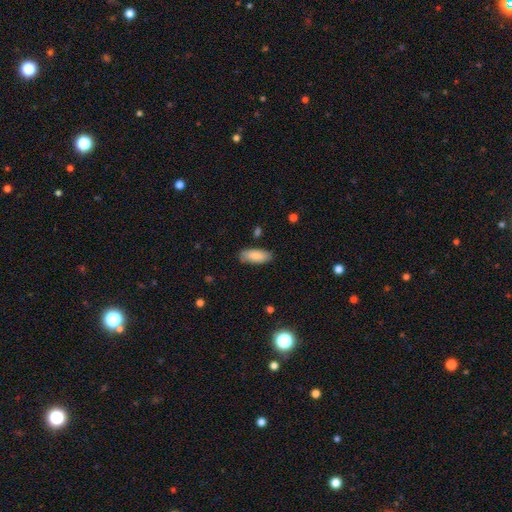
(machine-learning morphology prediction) A smooth galaxy with no disk features (85%) that is in between round and cigar-shaped (84%).

Vote fractions:
- Smooth or featured? smooth: 85% / featured or disk: 9% / star or artifact: 6%
- How rounded? in between: 84% / cigar-shaped: 14% / round: 2%
- Merging? none: 83% / minor disturbance: 13% / major disturbance: 3% / merger: 2%